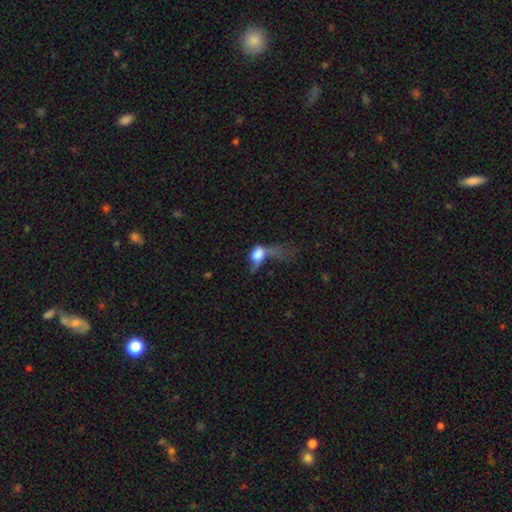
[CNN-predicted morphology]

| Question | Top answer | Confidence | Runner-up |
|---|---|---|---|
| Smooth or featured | smooth | 59% | featured or disk (29%) |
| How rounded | in between | 73% | round (21%) |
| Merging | major disturbance | 61% | merger (17%) |